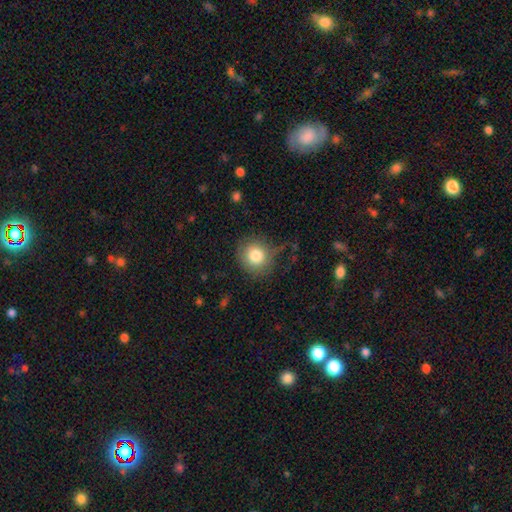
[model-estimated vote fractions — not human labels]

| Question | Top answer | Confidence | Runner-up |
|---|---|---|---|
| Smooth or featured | smooth | 81% | star or artifact (10%) |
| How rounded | round | 90% | in between (9%) |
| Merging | none | 74% | minor disturbance (17%) |